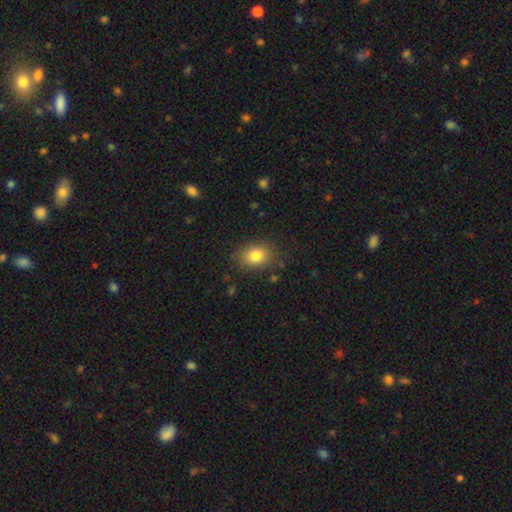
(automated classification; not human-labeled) Morphology: type=smooth (82%); roundness=in between (63%); merging=none (81%).